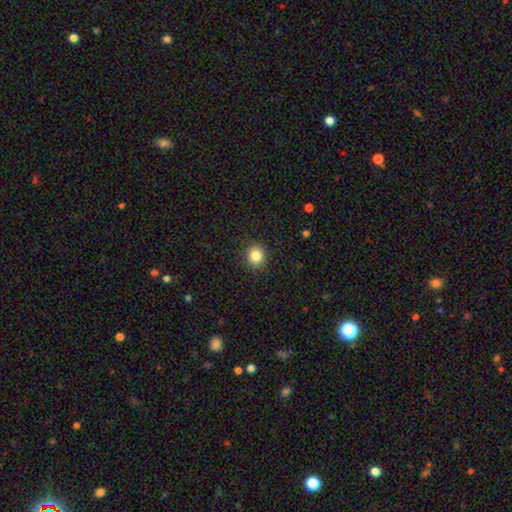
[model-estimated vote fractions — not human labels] Smooth or featured: smooth — 84% (star or artifact — 11%)
How rounded: round — 86% (in between — 13%)
Merging: none — 90% (minor disturbance — 7%)